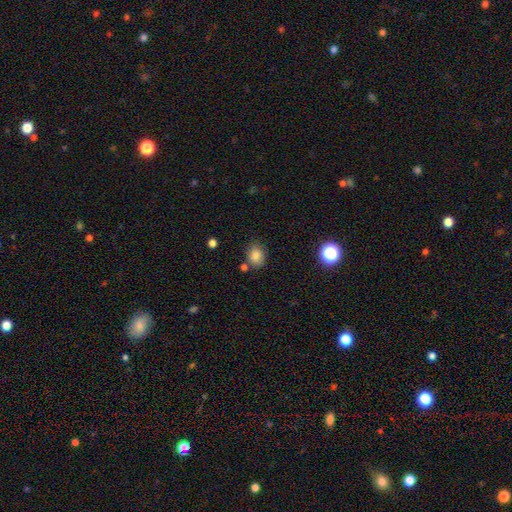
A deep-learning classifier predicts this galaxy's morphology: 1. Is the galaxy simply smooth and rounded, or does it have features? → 82% smooth, 12% star or artifact, 6% featured or disk.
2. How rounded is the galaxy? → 50% in between, 49% round, 1% cigar-shaped.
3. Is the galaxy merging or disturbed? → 73% none, 15% minor disturbance, 9% merger, 4% major disturbance.